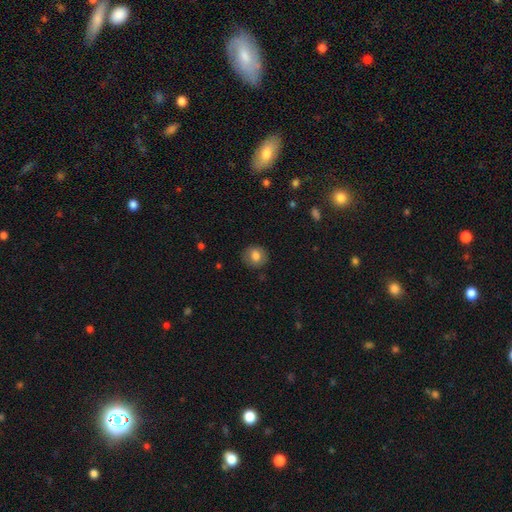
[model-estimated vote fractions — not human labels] The model was most divided on "smooth or featured": smooth: 77%, featured or disk: 14%, star or artifact: 9%. More confident: merging — none (84%); how rounded — round (82%).